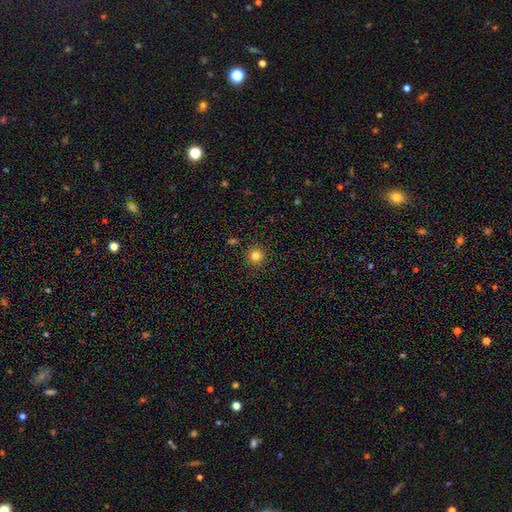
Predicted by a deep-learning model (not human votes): Morphology: type=smooth (82%); roundness=round (95%); merging=none (90%).